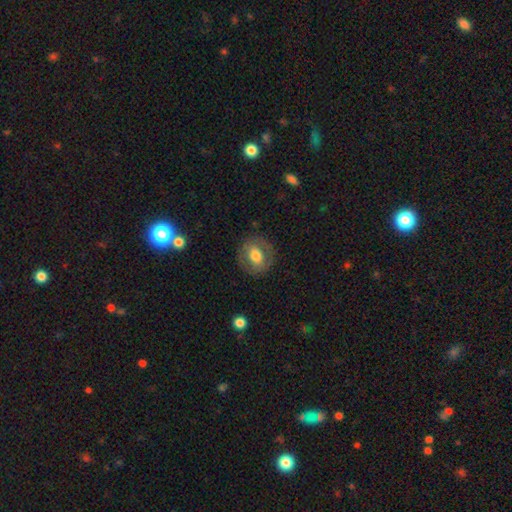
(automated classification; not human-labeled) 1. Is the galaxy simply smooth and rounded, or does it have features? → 59% smooth, 34% featured or disk, 7% star or artifact.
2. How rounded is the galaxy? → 75% round, 24% in between, 1% cigar-shaped.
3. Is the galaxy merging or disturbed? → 83% none, 11% minor disturbance, 5% major disturbance, 1% merger.